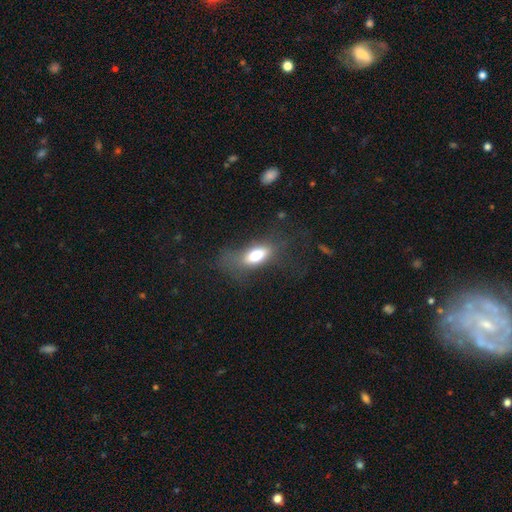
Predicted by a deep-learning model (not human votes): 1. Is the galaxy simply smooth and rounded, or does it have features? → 72% smooth, 19% featured or disk, 9% star or artifact.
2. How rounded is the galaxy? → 77% in between, 19% cigar-shaped, 4% round.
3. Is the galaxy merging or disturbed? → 54% none, 23% major disturbance, 21% minor disturbance, 2% merger.